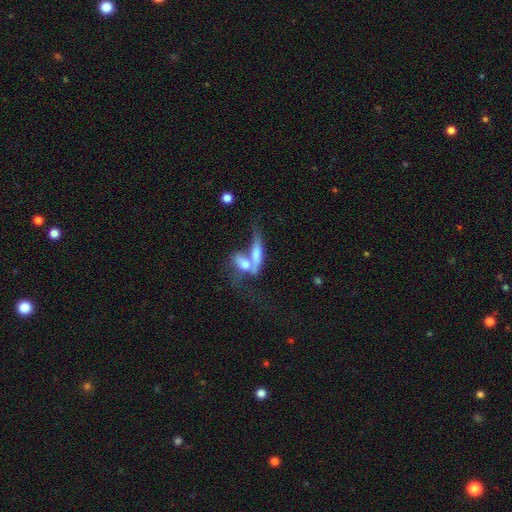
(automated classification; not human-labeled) Q: Smooth or featured?
A: smooth (58%); runner-up: featured or disk (34%)
Q: How rounded?
A: in between (53%); runner-up: cigar-shaped (41%)
Q: Merging?
A: merger (65%); runner-up: none (17%)